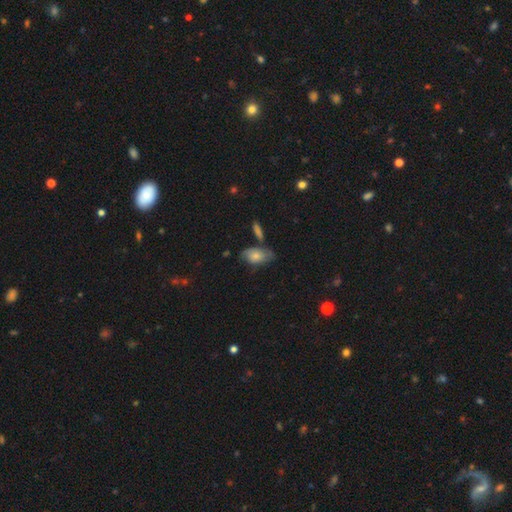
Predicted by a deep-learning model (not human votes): A smooth galaxy with no disk features (71%) that is in between round and cigar-shaped (90%). Merging: none (53%).